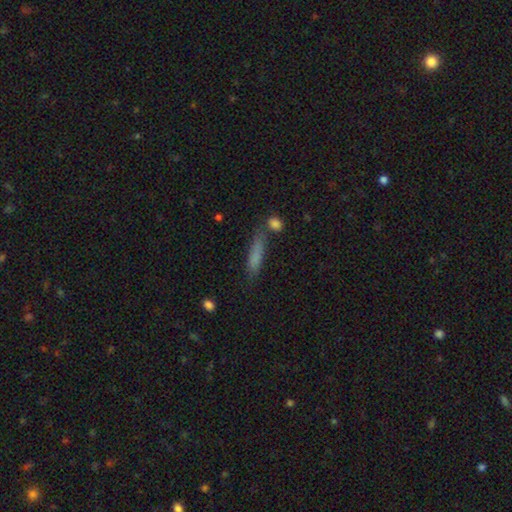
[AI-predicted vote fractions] Morphology: type=smooth (75%); roundness=cigar-shaped (81%); merging=none (66%).